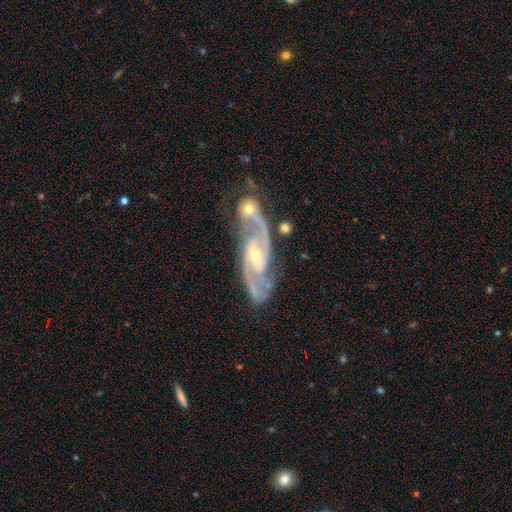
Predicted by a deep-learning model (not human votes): Smooth or featured? featured or disk (90%)
Edge-on disk? no (93%)
Bar? weak (43%)
Spiral arms? yes (98%)
Spiral winding? medium (55%)
Spiral arm count? 2 (84%)
Bulge size? small (56%)
Merging? none (61%)